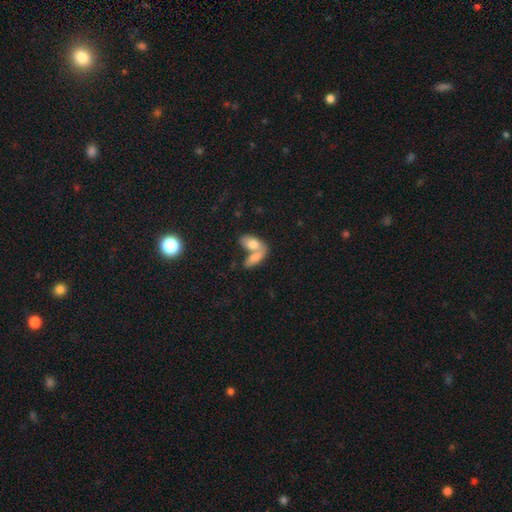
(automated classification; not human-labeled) Smooth or featured? smooth (77%)
How rounded? in between (87%)
Merging? merger (66%)